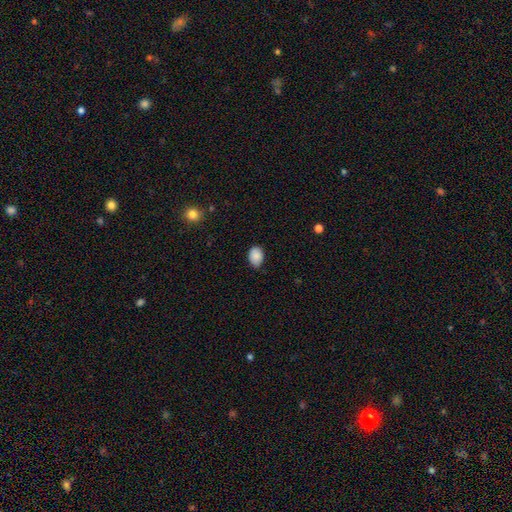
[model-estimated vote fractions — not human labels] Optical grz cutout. It shows a smooth galaxy with no disk features (88%) that is in between round and cigar-shaped (78%). Merging: none (78%).